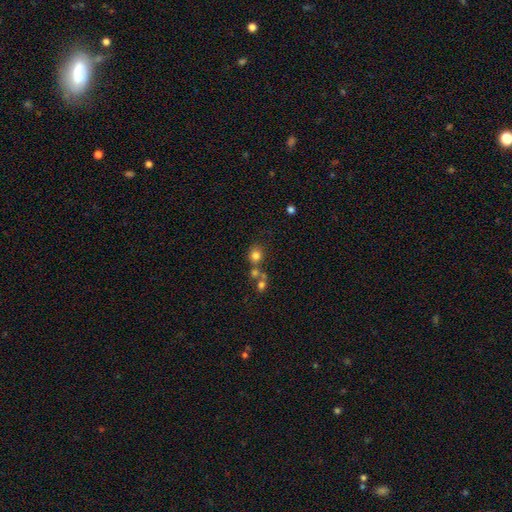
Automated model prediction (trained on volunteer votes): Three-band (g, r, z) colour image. It shows a smooth galaxy with no disk features (77%) that is round (82%). Merging: none (57%).